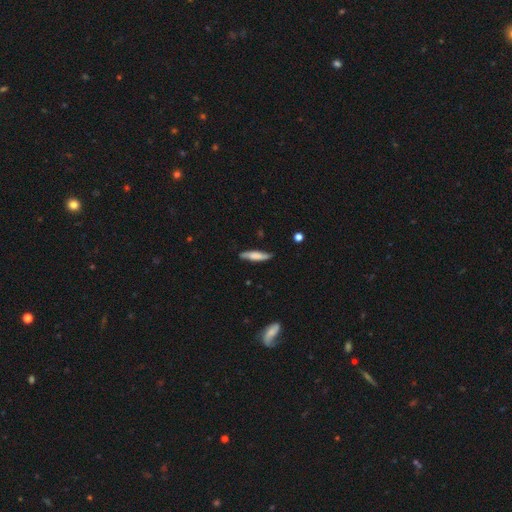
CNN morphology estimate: Q: Smooth or featured?
A: smooth (56%); runner-up: featured or disk (37%)
Q: How rounded?
A: cigar-shaped (73%); runner-up: in between (25%)
Q: Merging?
A: none (78%); runner-up: minor disturbance (18%)